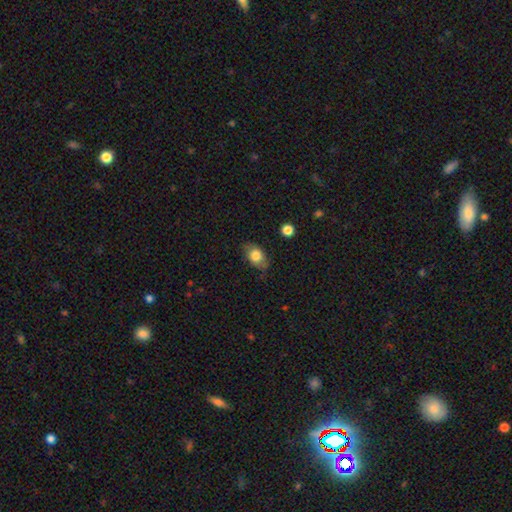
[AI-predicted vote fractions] Smooth or featured? smooth (76%)
How rounded? in between (81%)
Merging? none (75%)